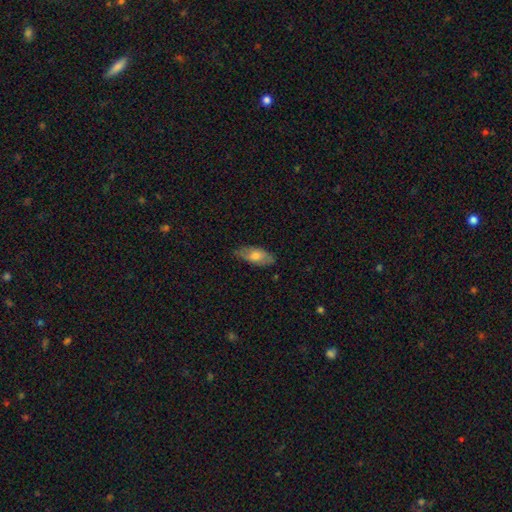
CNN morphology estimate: This appears to be a smooth galaxy with no disk features (69%) that is in between round and cigar-shaped (84%). Merging: none (77%).